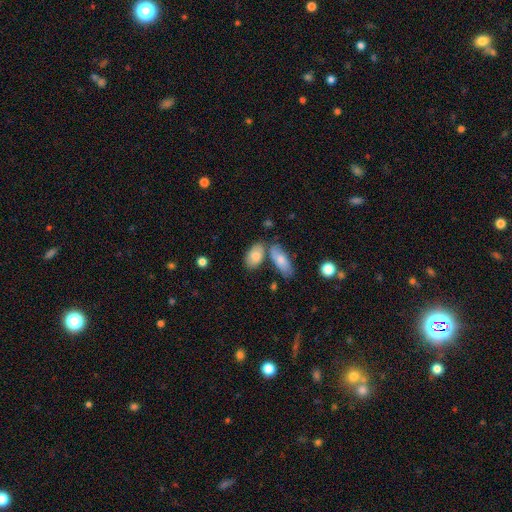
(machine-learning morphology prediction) This is clearly a smooth galaxy (81%). How rounded: clearly in between (90%). Merging: possibly none (54%).